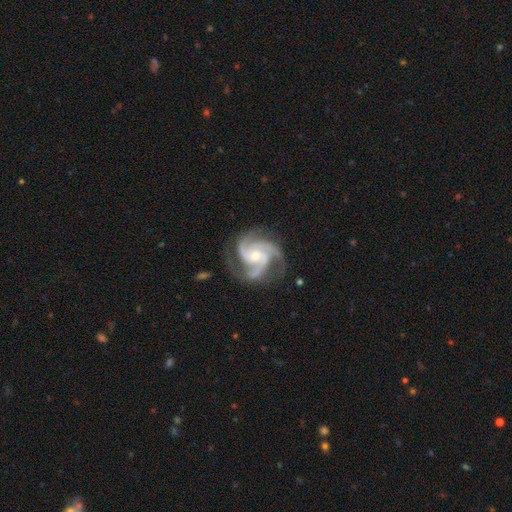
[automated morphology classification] Smooth or featured? featured or disk (92%)
Edge-on disk? no (98%)
Bar? no (63%)
Spiral arms? yes (99%)
Spiral winding? medium (53%)
Spiral arm count? 3 (71%)
Bulge size? moderate (49%)
Merging? none (74%)